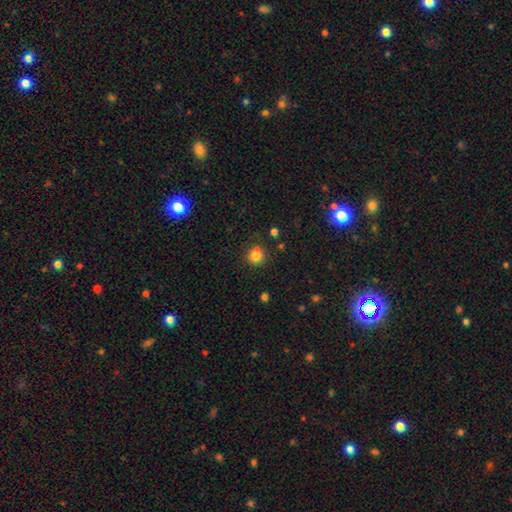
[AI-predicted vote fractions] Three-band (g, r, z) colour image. It shows a smooth galaxy with no disk features (80%) that is round (92%). Merging: none (73%).